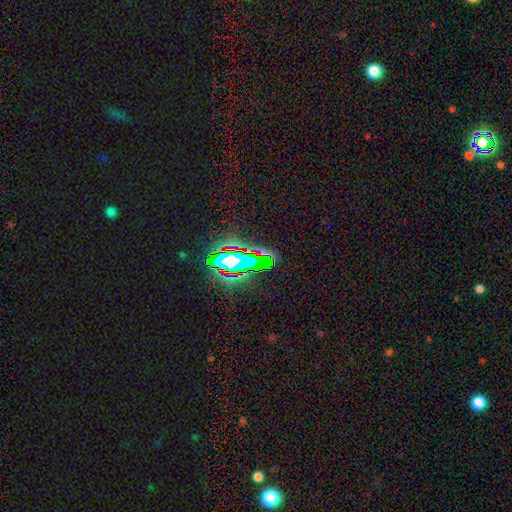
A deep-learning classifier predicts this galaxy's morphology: smooth-or-featured: star or artifact: 64% | smooth: 19% | featured or disk: 17%